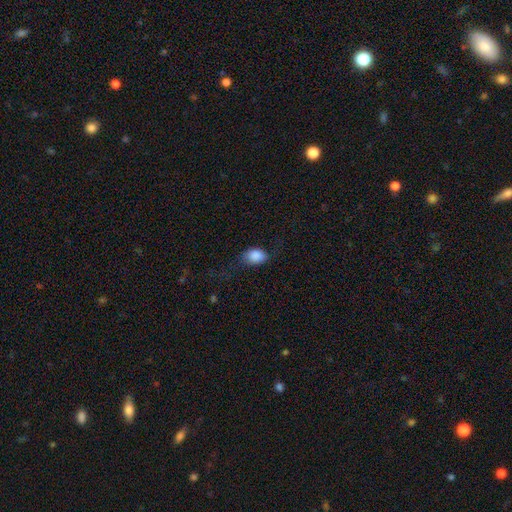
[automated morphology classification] This appears to be a smooth galaxy with no disk features (85%) that is in between round and cigar-shaped (82%). Merging: none (60%).